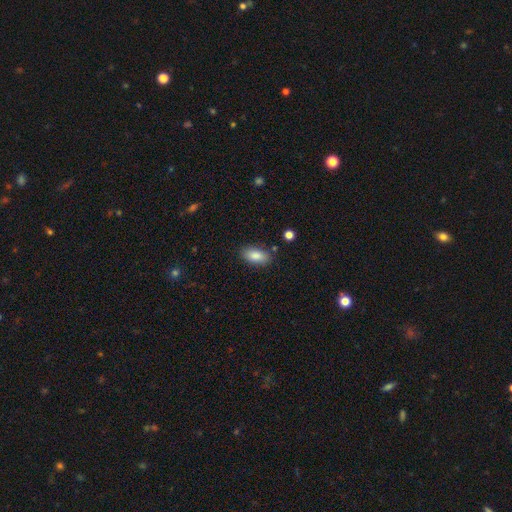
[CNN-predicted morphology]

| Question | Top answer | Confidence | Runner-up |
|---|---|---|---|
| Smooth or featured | smooth | 86% | star or artifact (7%) |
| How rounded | in between | 90% | cigar-shaped (7%) |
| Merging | none | 84% | minor disturbance (11%) |